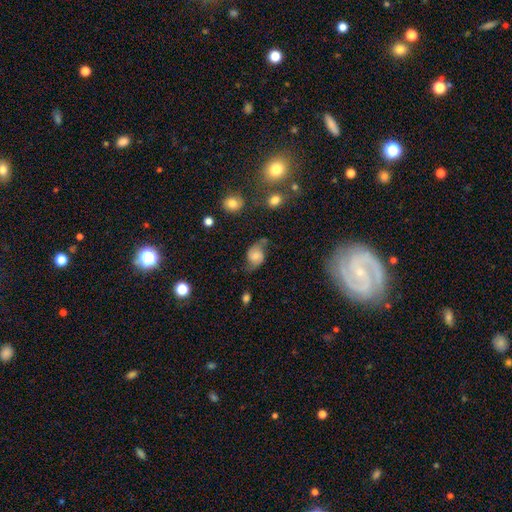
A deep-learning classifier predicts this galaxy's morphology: type=featured or disk (46%); merging=none (52%).